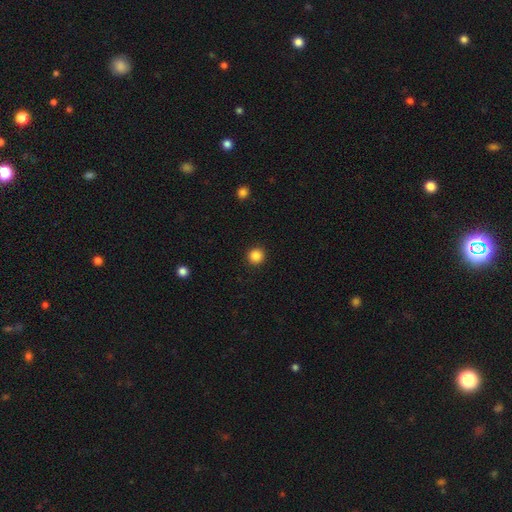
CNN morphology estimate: Smooth or featured?
  - smooth: 86% *
  - star or artifact: 11%
  - featured or disk: 3%
How rounded?
  - round: 95% *
  - in between: 4%
  - cigar-shaped: 1%
Merging?
  - none: 93% *
  - minor disturbance: 5%
  - major disturbance: 2%
  - merger: 1%